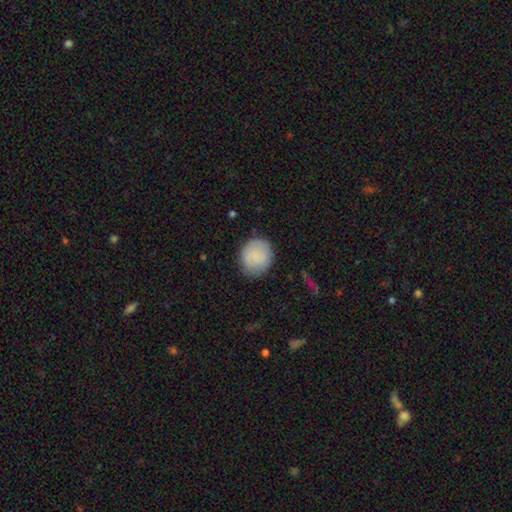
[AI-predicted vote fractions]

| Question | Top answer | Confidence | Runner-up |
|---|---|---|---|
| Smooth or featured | smooth | 85% | featured or disk (9%) |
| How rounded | round | 81% | in between (18%) |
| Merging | none | 83% | minor disturbance (13%) |